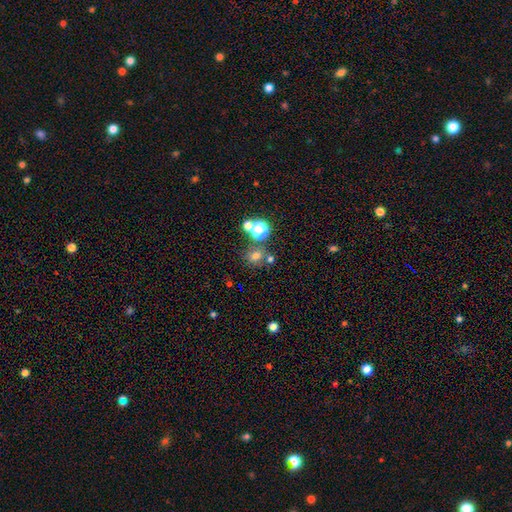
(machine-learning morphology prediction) Smooth or featured? Predicted: smooth (p=0.61). How rounded? Predicted: round (p=0.70). Merging? Predicted: none (p=0.66).